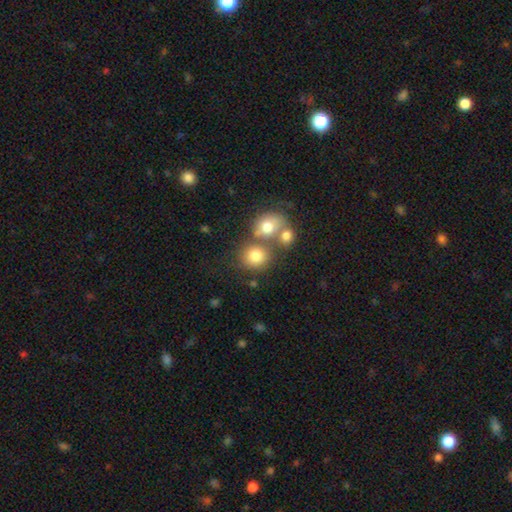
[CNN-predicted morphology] A smooth galaxy with no disk features (77%) that is round (76%). Merging: none (51%).